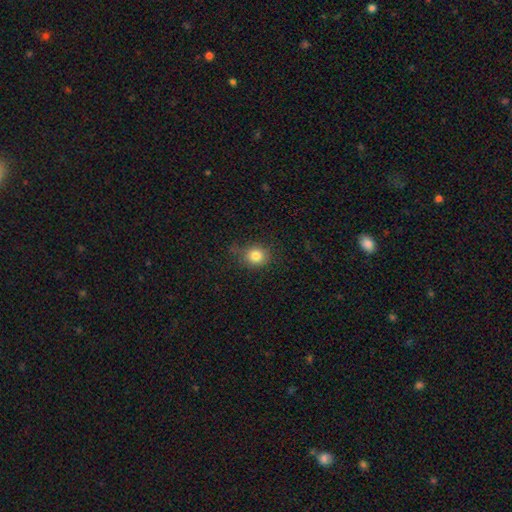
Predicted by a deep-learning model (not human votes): This appears to be a smooth galaxy with no disk features (82%) that is round (79%). Merging: none (76%).